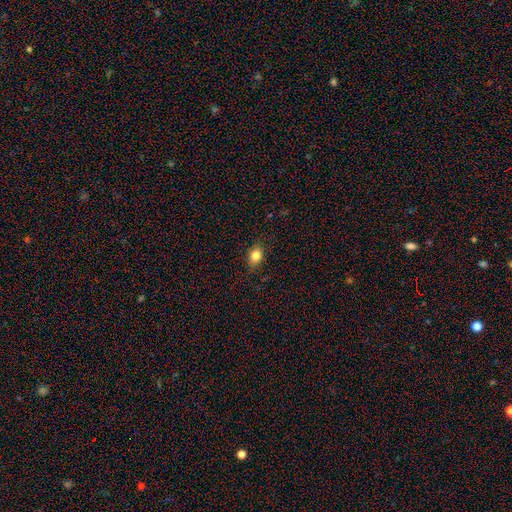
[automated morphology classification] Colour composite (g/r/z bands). It shows a smooth galaxy with no disk features (82%) that is in between round and cigar-shaped (61%). Merging: none (84%).